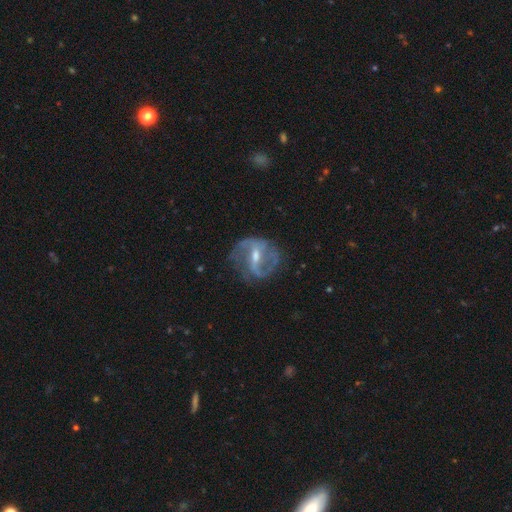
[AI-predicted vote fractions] Morphology: type=featured or disk (85%); edge-on=no (96%); bar=weak (45%); spiral arms=yes (91%); winding=medium (47%); arm count=2 (73%); bulge=moderate (52%); merging=none (64%).